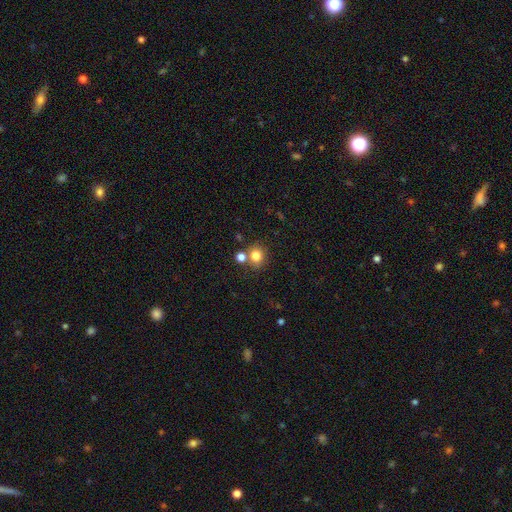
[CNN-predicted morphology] Smooth or featured? Predicted: smooth (p=0.80). How rounded? Predicted: round (p=0.85). Merging? Predicted: none (p=0.68).